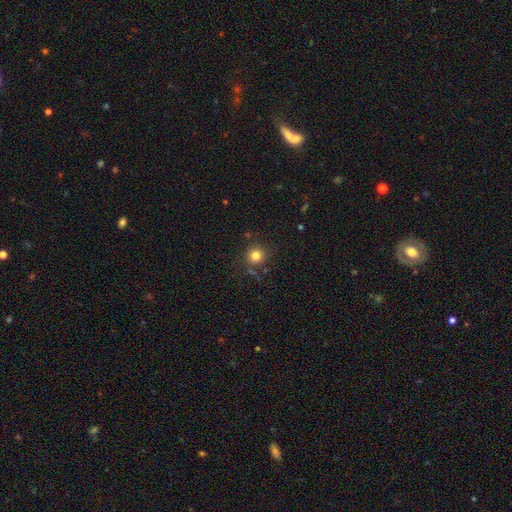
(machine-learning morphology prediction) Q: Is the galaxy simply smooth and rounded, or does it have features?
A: smooth — 81%.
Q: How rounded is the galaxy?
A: round — 93%.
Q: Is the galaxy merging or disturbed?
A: none — 84%.